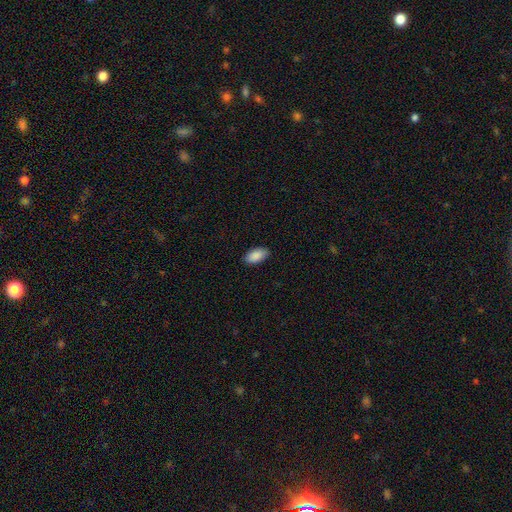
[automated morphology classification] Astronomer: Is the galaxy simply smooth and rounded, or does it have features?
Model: smooth — 90%.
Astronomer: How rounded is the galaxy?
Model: in between — 94%.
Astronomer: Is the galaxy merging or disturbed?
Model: none — 88%.